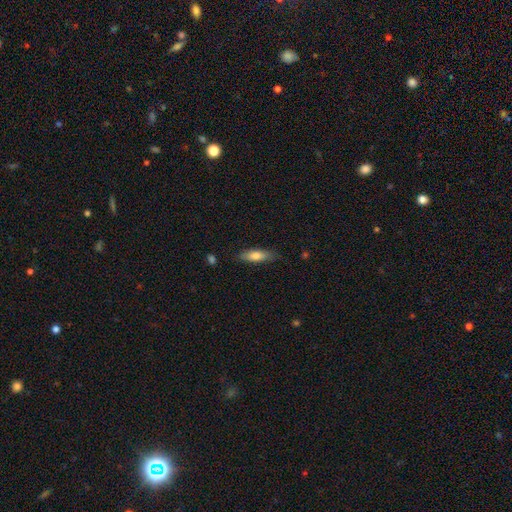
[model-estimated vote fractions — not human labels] smooth 75%, featured or disk 19%, star or artifact 6%. Down the decision tree: how rounded — cigar-shaped (52%); merging — none (80%).